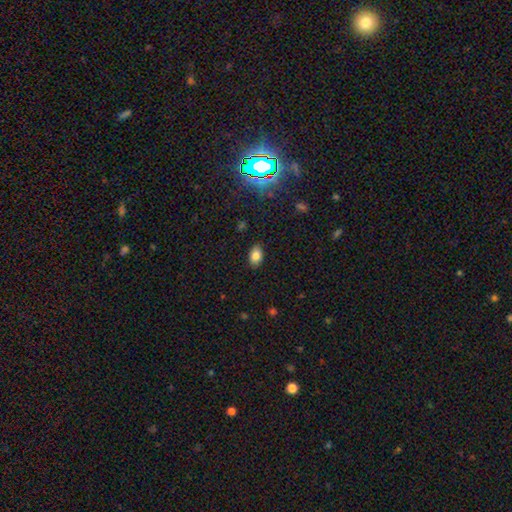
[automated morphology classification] Smooth or featured? smooth (82%)
How rounded? in between (86%)
Merging? none (87%)